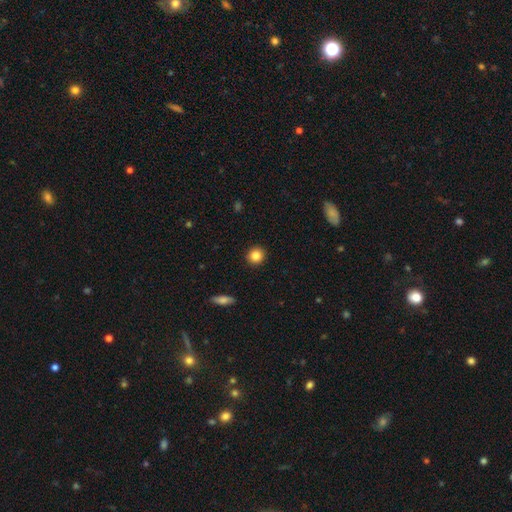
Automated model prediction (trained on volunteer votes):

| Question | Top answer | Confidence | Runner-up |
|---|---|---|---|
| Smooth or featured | smooth | 86% | star or artifact (9%) |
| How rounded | round | 92% | in between (7%) |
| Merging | none | 92% | minor disturbance (5%) |